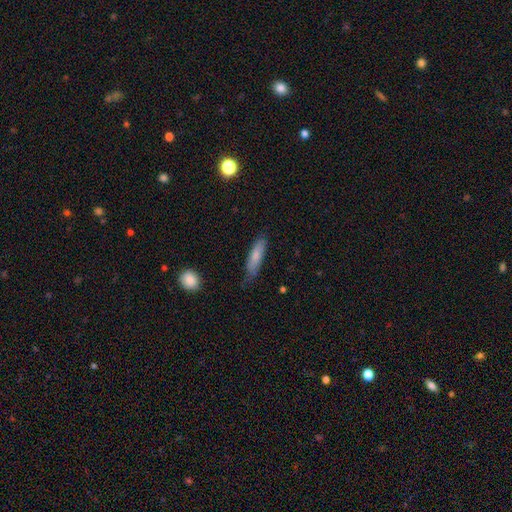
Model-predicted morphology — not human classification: A smooth galaxy with no disk features (76%) that is cigar-shaped (70%).

Vote fractions:
- Smooth or featured? smooth: 76% / featured or disk: 18% / star or artifact: 6%
- How rounded? cigar-shaped: 70% / in between: 28% / round: 2%
- Merging? none: 69% / minor disturbance: 24% / major disturbance: 5% / merger: 2%